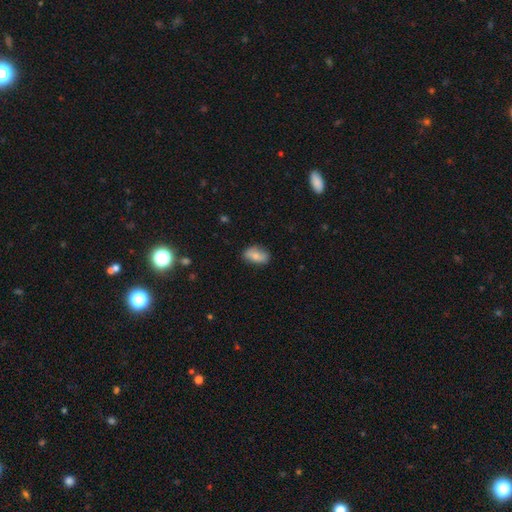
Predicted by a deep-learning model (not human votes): A smooth galaxy with no disk features (75%) that is in between round and cigar-shaped (89%). Merging: none (78%).